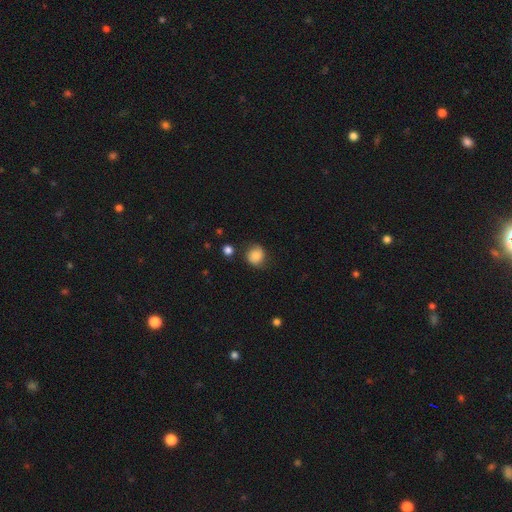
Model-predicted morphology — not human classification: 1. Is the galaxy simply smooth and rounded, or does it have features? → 81% smooth, 10% featured or disk, 10% star or artifact.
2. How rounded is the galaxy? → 83% round, 16% in between, 1% cigar-shaped.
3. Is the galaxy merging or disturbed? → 76% none, 17% minor disturbance, 5% major disturbance, 3% merger.